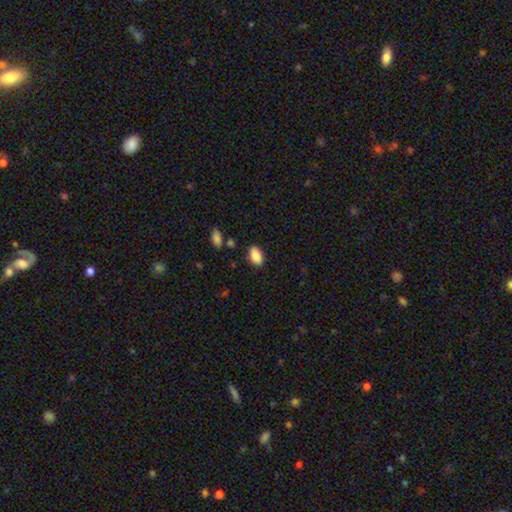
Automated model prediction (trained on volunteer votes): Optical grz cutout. It shows a smooth galaxy with no disk features (89%) that is in between round and cigar-shaped (92%). Merging: none (84%).